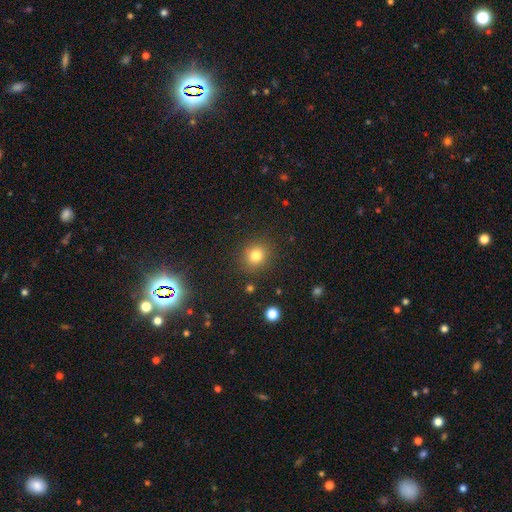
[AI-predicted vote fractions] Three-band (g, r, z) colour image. It shows a smooth galaxy with no disk features (80%) that is round (82%). Merging: none (87%).